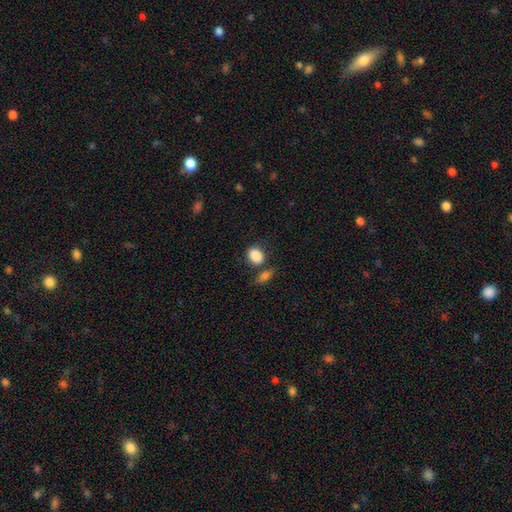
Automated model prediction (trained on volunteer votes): This is clearly a smooth galaxy (87%). How rounded: likely in between (63%). Merging: likely none (61%).